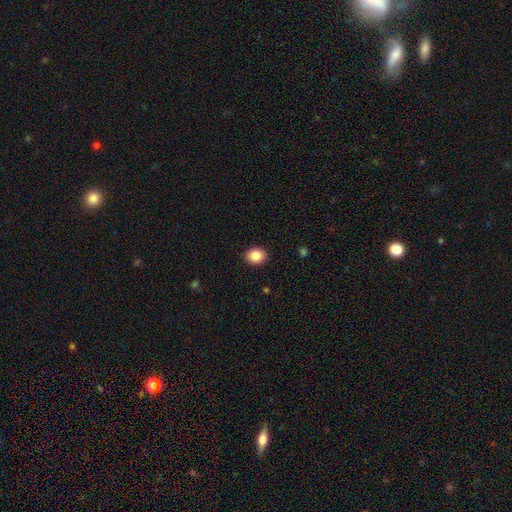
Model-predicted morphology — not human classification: The model was most divided on "how rounded": in between: 50%, round: 49%, cigar-shaped: 1%. More confident: merging — none (91%); smooth or featured — smooth (86%).